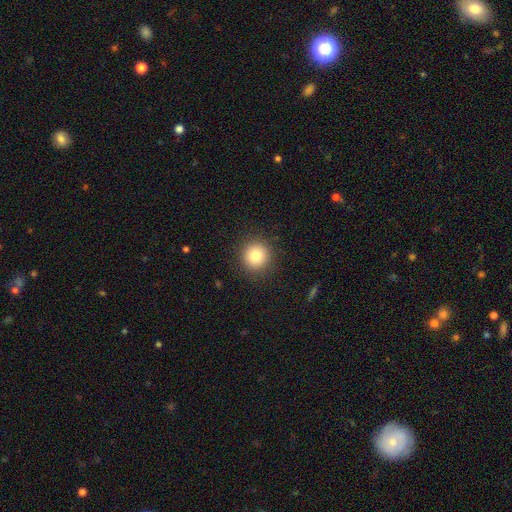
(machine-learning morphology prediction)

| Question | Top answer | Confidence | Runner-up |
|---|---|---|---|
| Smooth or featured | smooth | 81% | star or artifact (11%) |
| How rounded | round | 94% | in between (5%) |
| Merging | none | 91% | minor disturbance (6%) |